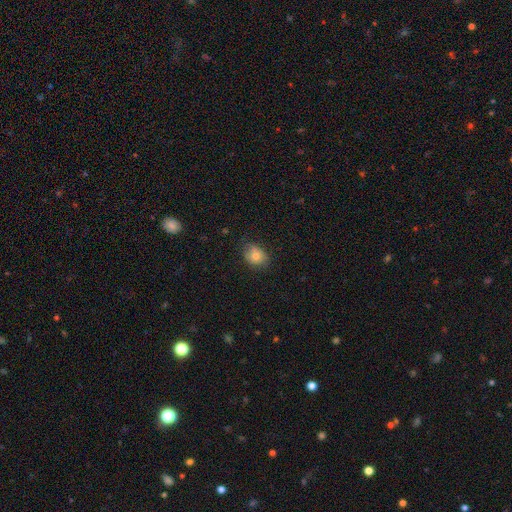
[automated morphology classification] smooth_or_featured: smooth (p=0.76) [alt: featured or disk p=0.14]
how_rounded: in between (p=0.53) [alt: round p=0.46]
merging: none (p=0.67) [alt: minor disturbance p=0.26]